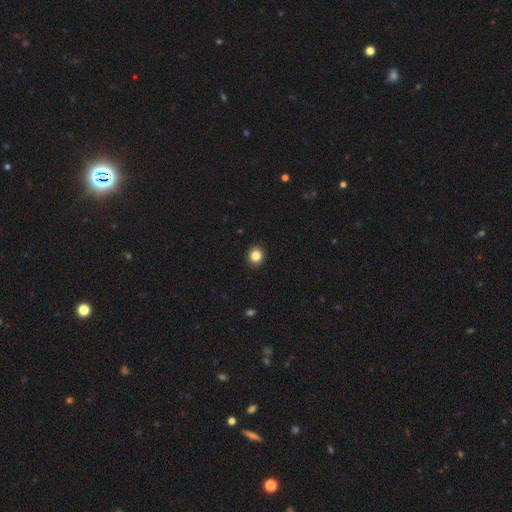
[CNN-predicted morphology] Smooth or featured: smooth — 85% (star or artifact — 10%)
How rounded: round — 83% (in between — 16%)
Merging: none — 93% (minor disturbance — 5%)